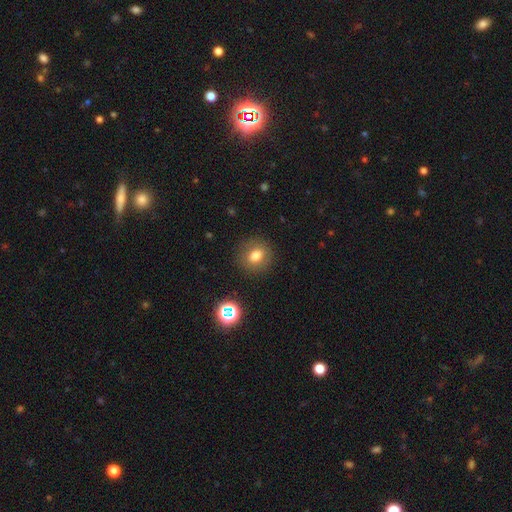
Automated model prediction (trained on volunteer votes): Smooth or featured: smooth — 76% (star or artifact — 13%)
How rounded: round — 73% (in between — 26%)
Merging: none — 87% (minor disturbance — 8%)